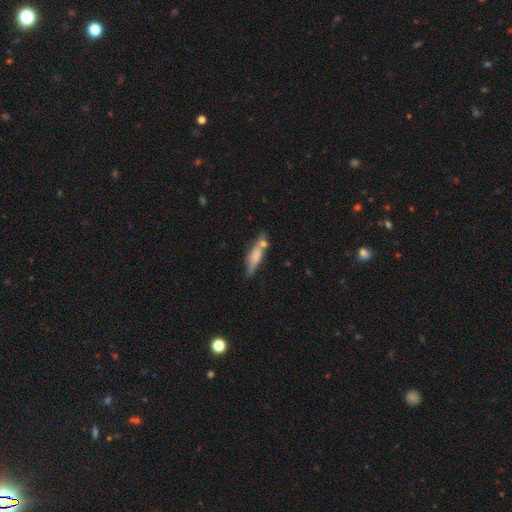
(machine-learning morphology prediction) Q: Smooth or featured?
A: smooth (63%); runner-up: featured or disk (30%)
Q: How rounded?
A: cigar-shaped (66%); runner-up: in between (31%)
Q: Merging?
A: none (52%); runner-up: merger (20%)